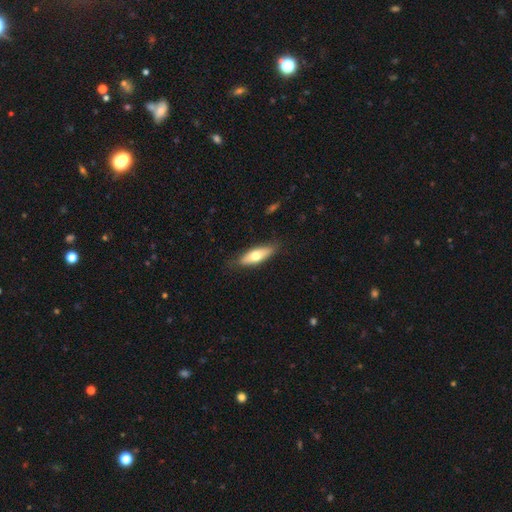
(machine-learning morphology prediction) Q: Smooth or featured?
A: smooth (63%); runner-up: featured or disk (31%)
Q: How rounded?
A: in between (59%); runner-up: cigar-shaped (39%)
Q: Merging?
A: none (82%); runner-up: minor disturbance (14%)